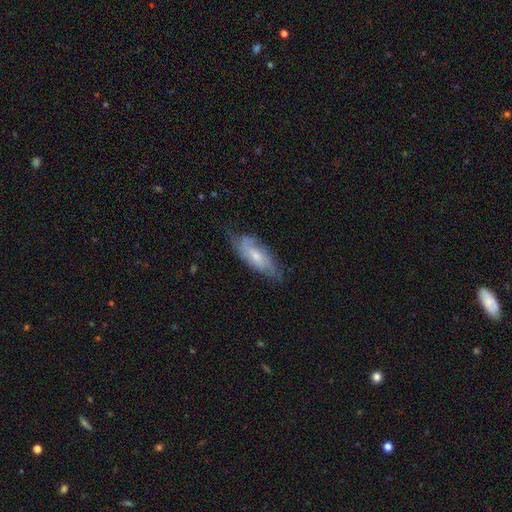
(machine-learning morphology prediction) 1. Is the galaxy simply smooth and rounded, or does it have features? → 54% featured or disk, 39% smooth, 7% star or artifact.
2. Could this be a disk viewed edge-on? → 78% no, 22% yes.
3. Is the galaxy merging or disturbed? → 60% none, 29% minor disturbance, 9% major disturbance, 2% merger.